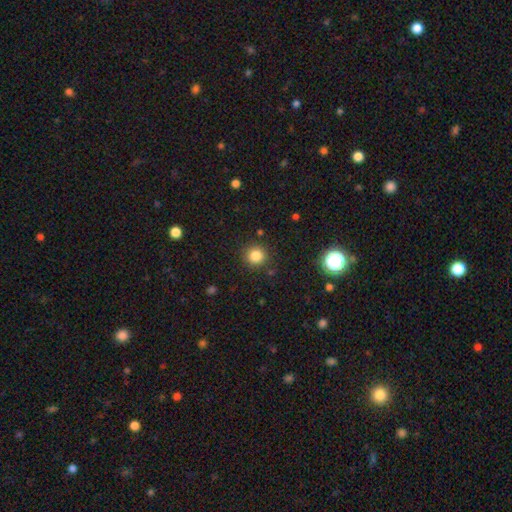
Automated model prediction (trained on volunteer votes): This is clearly a smooth galaxy (82%). How rounded: clearly round (93%). Merging: clearly none (89%).